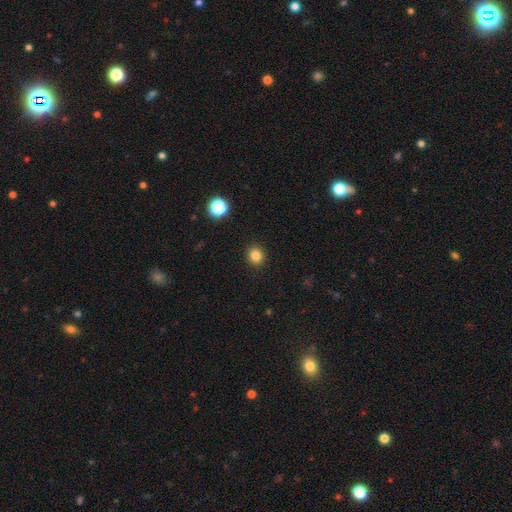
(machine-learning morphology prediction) Smooth or featured: smooth — 83% (star or artifact — 13%)
How rounded: round — 80% (in between — 19%)
Merging: none — 91% (minor disturbance — 6%)